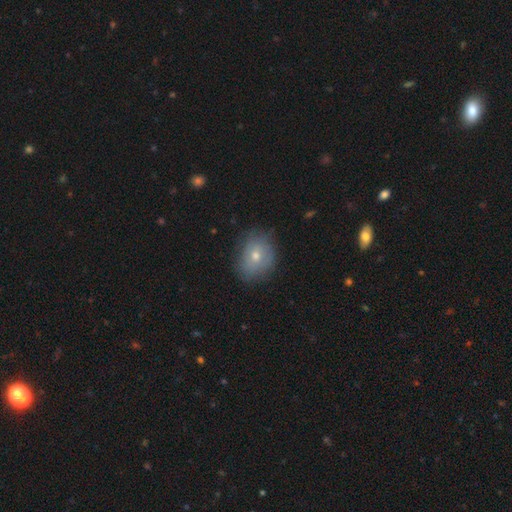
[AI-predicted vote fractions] smooth-or-featured: smooth: 64% | featured or disk: 24% | star or artifact: 12%
  how-rounded: in between: 50% | round: 49% | cigar-shaped: 1%
  merging: none: 77% | minor disturbance: 17% | major disturbance: 4% | merger: 1%